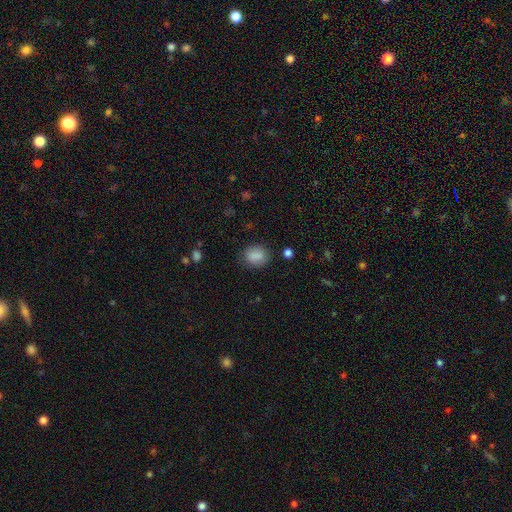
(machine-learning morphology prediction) smooth 86%, star or artifact 9%, featured or disk 5%. Down the decision tree: how rounded — in between (57%); merging — none (81%).